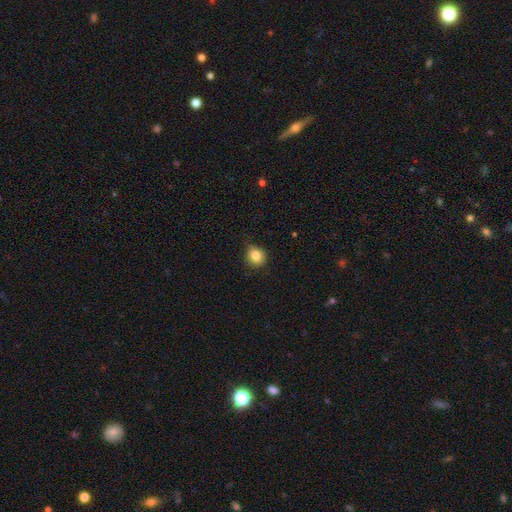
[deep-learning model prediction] smooth-or-featured: smooth: 83% | star or artifact: 10% | featured or disk: 7%
  how-rounded: round: 82% | in between: 17% | cigar-shaped: 1%
  merging: none: 83% | minor disturbance: 14% | major disturbance: 3% | merger: 1%